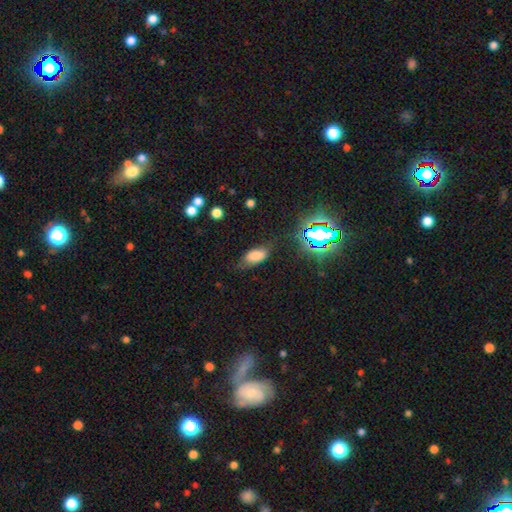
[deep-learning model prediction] Smooth or featured? Predicted: smooth (p=0.75). How rounded? Predicted: in between (p=0.87). Merging? Predicted: none (p=0.64).